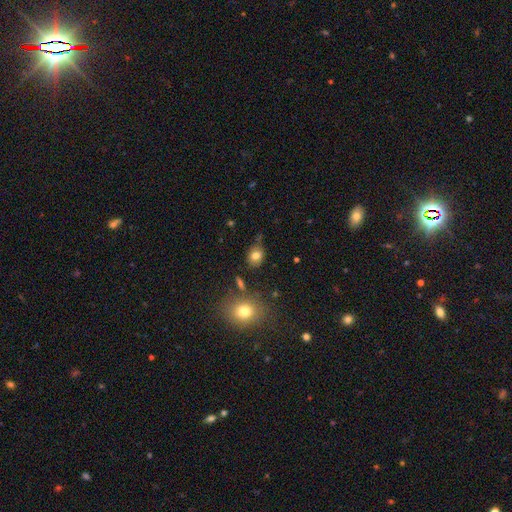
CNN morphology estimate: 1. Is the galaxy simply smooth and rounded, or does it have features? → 78% smooth, 12% star or artifact, 10% featured or disk.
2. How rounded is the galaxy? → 51% in between, 48% round, 1% cigar-shaped.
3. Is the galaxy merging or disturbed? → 72% none, 19% minor disturbance, 5% merger, 5% major disturbance.